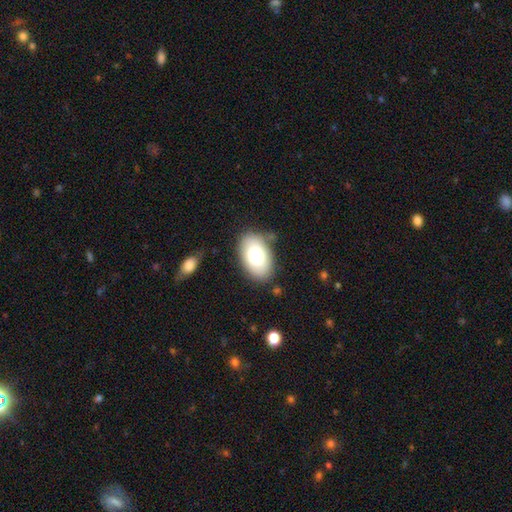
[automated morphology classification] The model was most divided on "smooth or featured": smooth: 76%, featured or disk: 16%, star or artifact: 8%. More confident: how rounded — in between (91%); merging — none (80%).